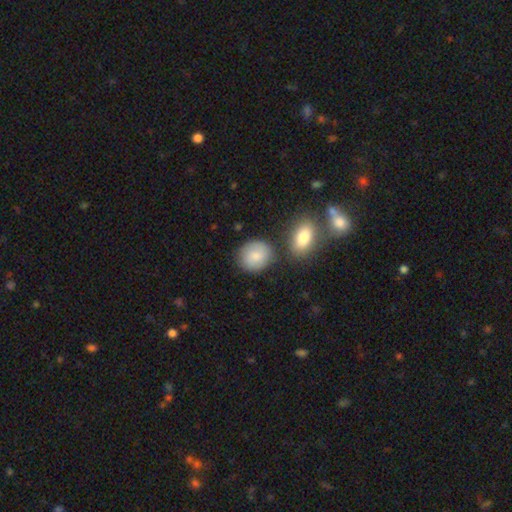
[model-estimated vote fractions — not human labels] Morphology: type=smooth (81%); roundness=round (67%); merging=none (71%).